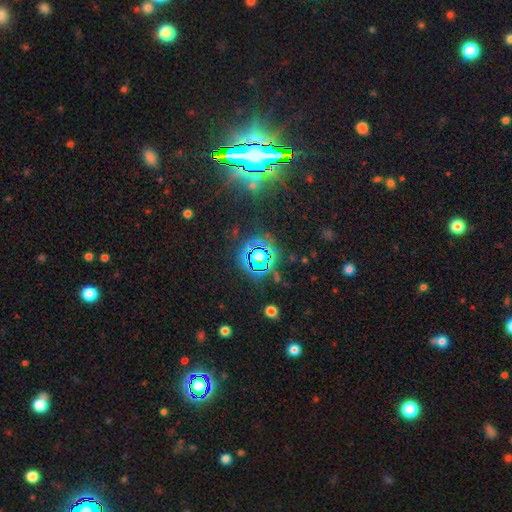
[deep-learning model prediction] smooth_or_featured: star or artifact (p=0.73) [alt: smooth p=0.17]